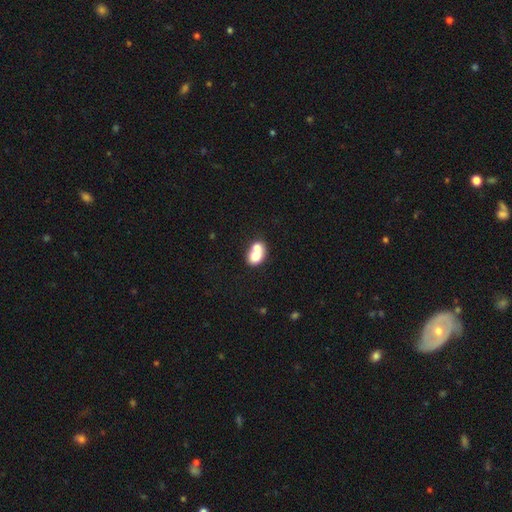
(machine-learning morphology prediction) smooth-or-featured: smooth: 70% | featured or disk: 22% | star or artifact: 8%
  how-rounded: in between: 60% | round: 39% | cigar-shaped: 1%
  merging: merger: 67% | none: 22% | minor disturbance: 7% | major disturbance: 4%